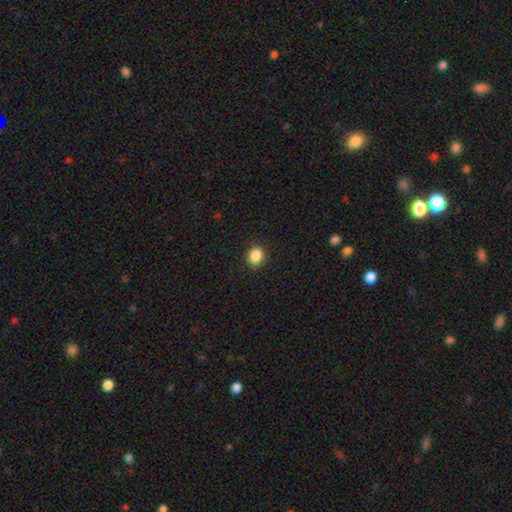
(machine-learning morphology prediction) Smooth or featured: smooth — 88% (star or artifact — 9%)
How rounded: in between — 50% (round — 49%)
Merging: none — 90% (minor disturbance — 7%)